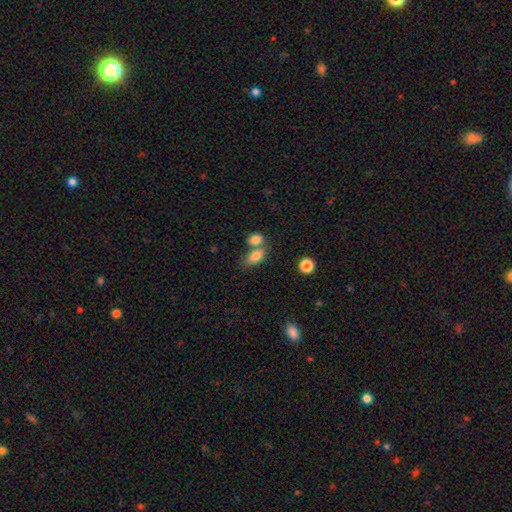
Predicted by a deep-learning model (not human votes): Smooth or featured?
  - smooth: 82% *
  - featured or disk: 9%
  - star or artifact: 9%
How rounded?
  - in between: 85% *
  - round: 10%
  - cigar-shaped: 5%
Merging?
  - merger: 45% *
  - none: 39%
  - minor disturbance: 10%
  - major disturbance: 5%